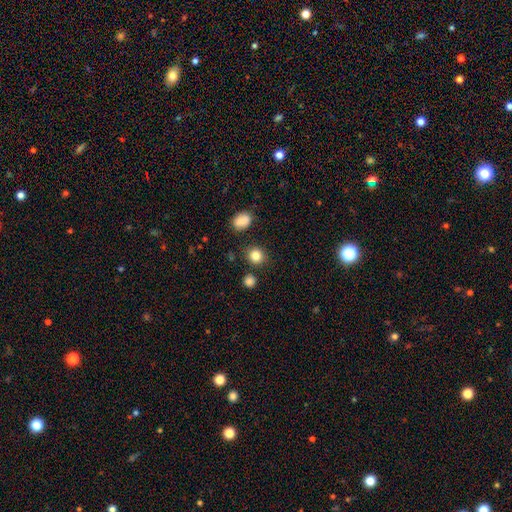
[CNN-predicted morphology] smooth_or_featured: smooth (p=0.84) [alt: star or artifact p=0.11]
how_rounded: round (p=0.83) [alt: in between p=0.16]
merging: none (p=0.85) [alt: minor disturbance p=0.08]